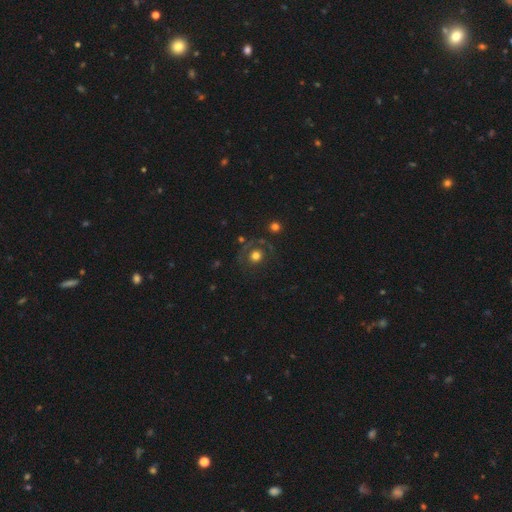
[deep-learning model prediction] smooth 61%, featured or disk 24%, star or artifact 15%. Down the decision tree: how rounded — round (87%); merging — none (69%).